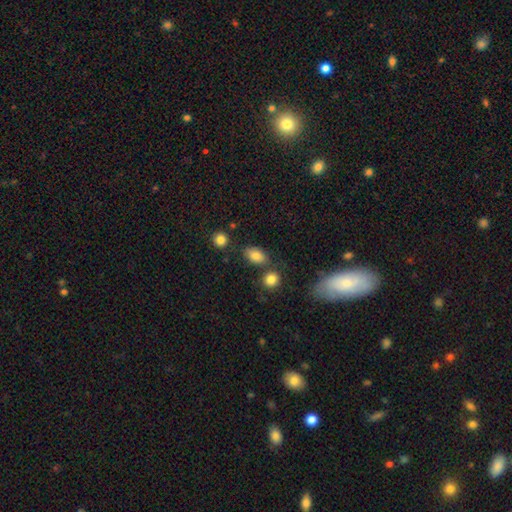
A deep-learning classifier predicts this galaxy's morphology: This appears to be a smooth galaxy with no disk features (84%) that is in between round and cigar-shaped (85%). Merging: none (71%).